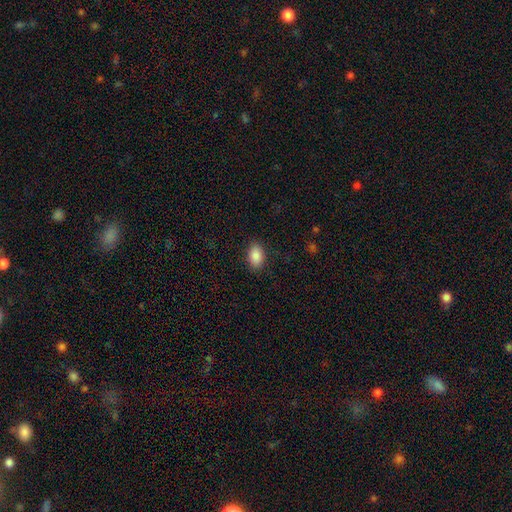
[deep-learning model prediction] Morphology: type=smooth (88%); roundness=in between (89%); merging=none (87%).